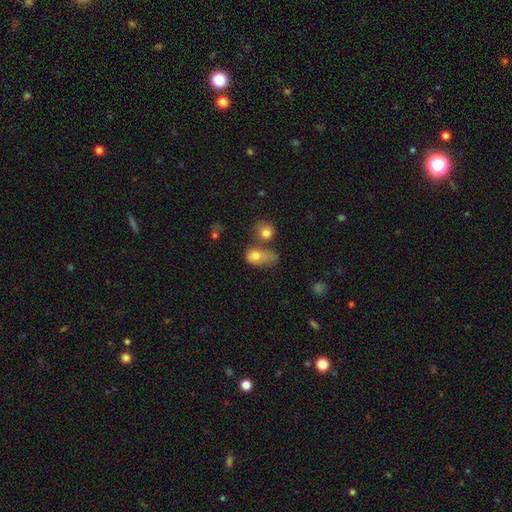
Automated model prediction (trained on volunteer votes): This is likely a smooth galaxy (75%). How rounded: likely in between (72%). Merging: marginally merger (37%).